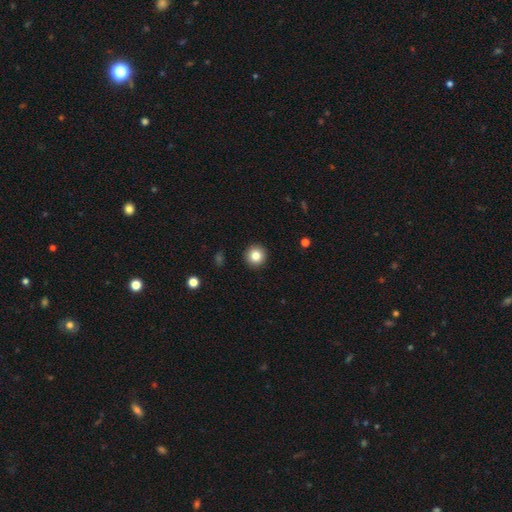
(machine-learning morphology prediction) Q: Smooth or featured?
A: smooth (84%); runner-up: star or artifact (10%)
Q: How rounded?
A: round (95%); runner-up: in between (4%)
Q: Merging?
A: none (93%); runner-up: minor disturbance (5%)